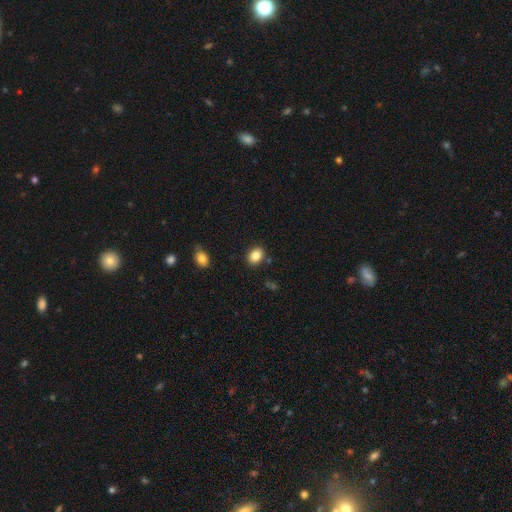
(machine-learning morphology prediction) This is clearly a smooth galaxy (85%). How rounded: likely in between (62%). Merging: clearly none (86%).